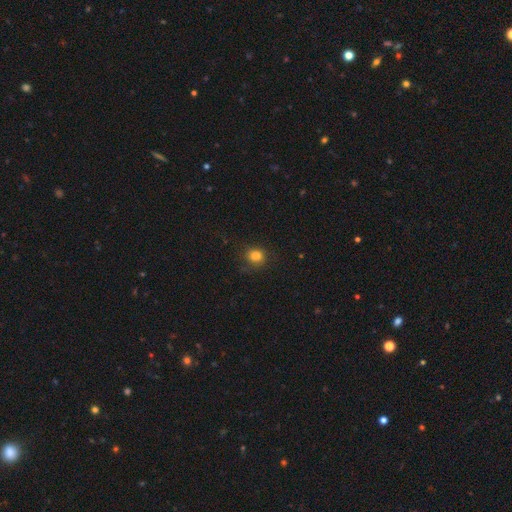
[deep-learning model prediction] Smooth or featured? smooth (82%)
How rounded? round (70%)
Merging? none (75%)